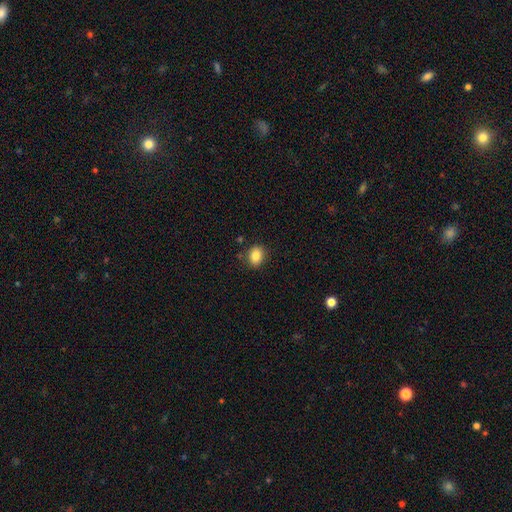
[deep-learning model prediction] The model was most divided on "how rounded": in between: 54%, round: 45%, cigar-shaped: 1%. More confident: merging — none (86%); smooth or featured — smooth (84%).